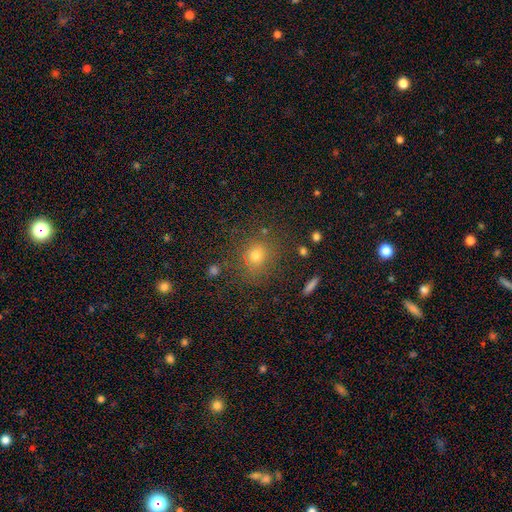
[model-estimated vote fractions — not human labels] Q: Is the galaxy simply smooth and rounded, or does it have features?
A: smooth — 71%.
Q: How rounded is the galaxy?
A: round — 76%.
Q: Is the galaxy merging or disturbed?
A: none — 80%.